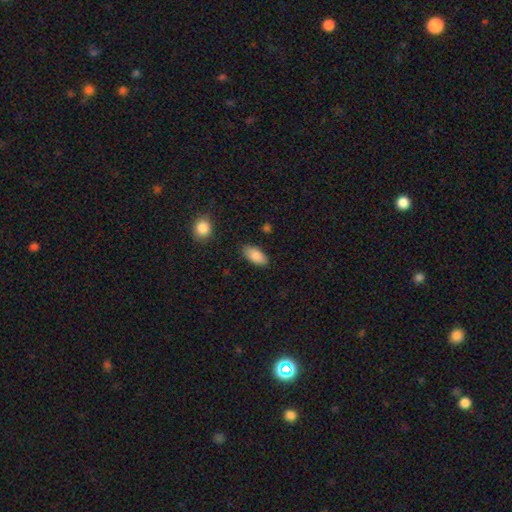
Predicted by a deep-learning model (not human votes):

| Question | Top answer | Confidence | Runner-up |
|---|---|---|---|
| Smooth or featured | smooth | 86% | star or artifact (7%) |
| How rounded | in between | 92% | cigar-shaped (5%) |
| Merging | none | 83% | minor disturbance (12%) |